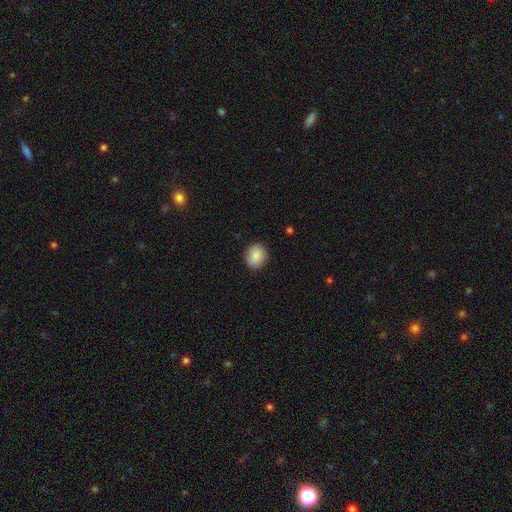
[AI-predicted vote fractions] A smooth galaxy with no disk features (87%) that is round (61%). Merging: none (87%).